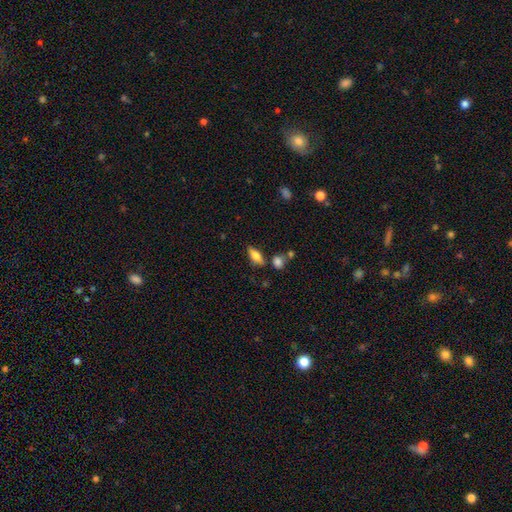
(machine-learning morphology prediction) This is likely a smooth galaxy (68%). How rounded: likely in between (75%). Merging: likely none (73%).